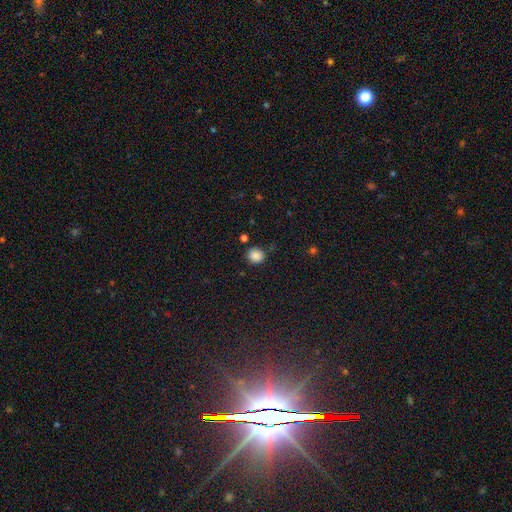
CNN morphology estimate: Q: Smooth or featured?
A: smooth (86%); runner-up: star or artifact (11%)
Q: How rounded?
A: round (79%); runner-up: in between (20%)
Q: Merging?
A: none (83%); runner-up: minor disturbance (10%)